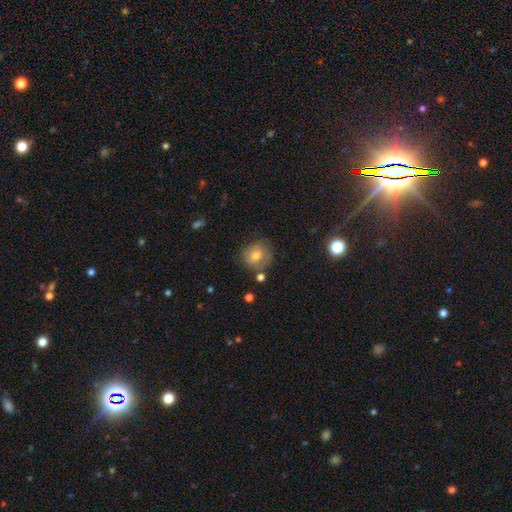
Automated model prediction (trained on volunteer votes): The model was most divided on "merging": none: 70%, minor disturbance: 19%, major disturbance: 6%, merger: 6%. More confident: how rounded — round (84%); smooth or featured — smooth (70%).